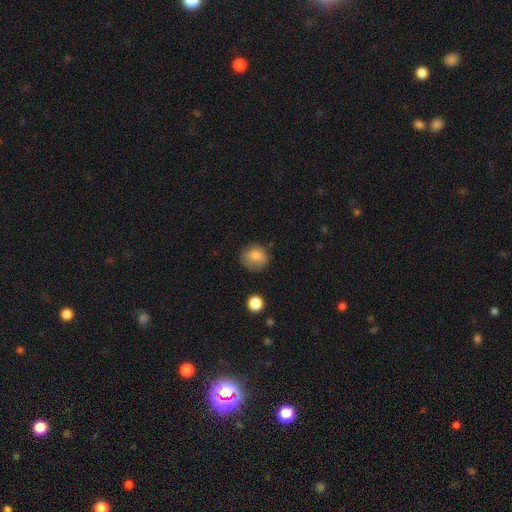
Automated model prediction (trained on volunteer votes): smooth-or-featured: smooth: 83% | star or artifact: 9% | featured or disk: 8%
  how-rounded: round: 83% | in between: 16% | cigar-shaped: 1%
  merging: none: 74% | minor disturbance: 19% | major disturbance: 5% | merger: 2%